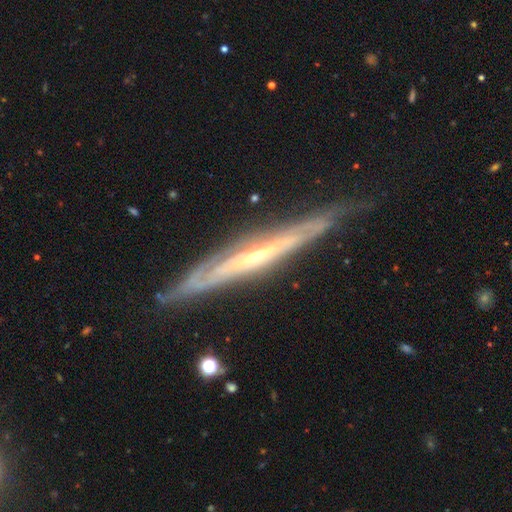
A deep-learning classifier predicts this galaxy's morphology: type=featured or disk (85%); edge-on=yes (83%); edge-on bulge=rounded (56%); merging=none (75%).